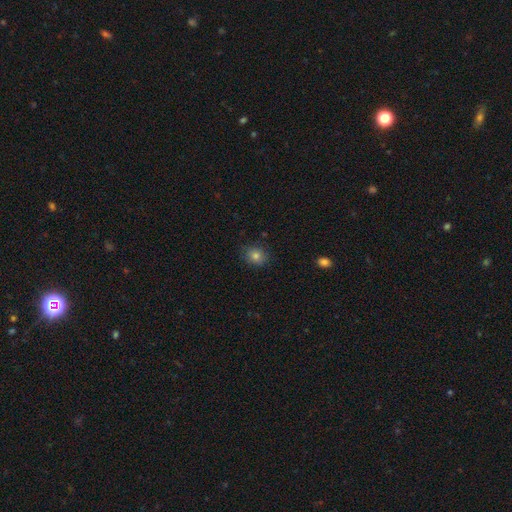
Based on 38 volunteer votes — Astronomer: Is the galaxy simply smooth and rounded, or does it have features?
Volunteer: smooth — 79%.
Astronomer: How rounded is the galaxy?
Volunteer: round — 77%.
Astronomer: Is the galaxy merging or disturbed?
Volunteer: none — 89%.